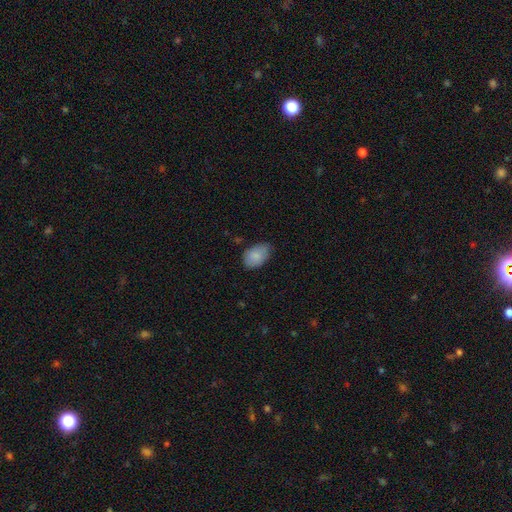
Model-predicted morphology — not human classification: smooth_or_featured: smooth (p=0.86) [alt: featured or disk p=0.08]
how_rounded: in between (p=0.89) [alt: round p=0.10]
merging: none (p=0.69) [alt: minor disturbance p=0.26]